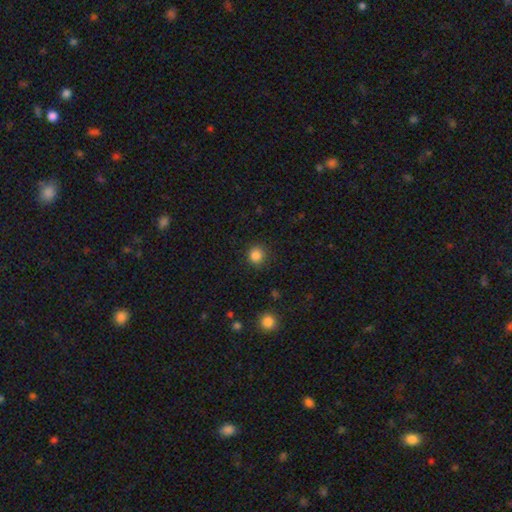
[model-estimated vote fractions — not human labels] Morphology: type=smooth (85%); roundness=round (91%); merging=none (88%).